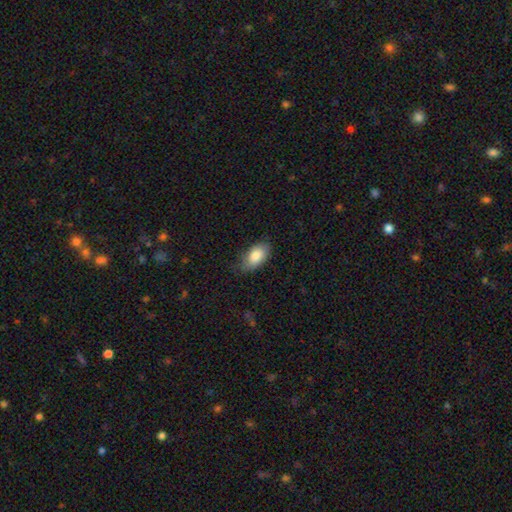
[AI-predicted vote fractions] This appears to be a smooth galaxy with no disk features (85%) that is in between round and cigar-shaped (93%). Merging: none (69%).